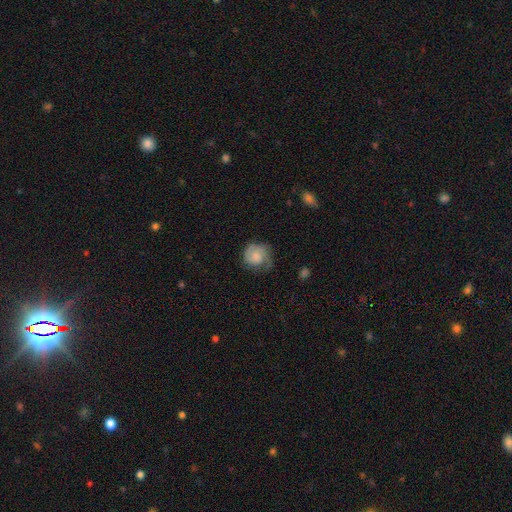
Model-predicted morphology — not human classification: featured or disk 50%, smooth 42%, star or artifact 7%. Down the decision tree: edge-on disk — no (98%); merging — none (55%).